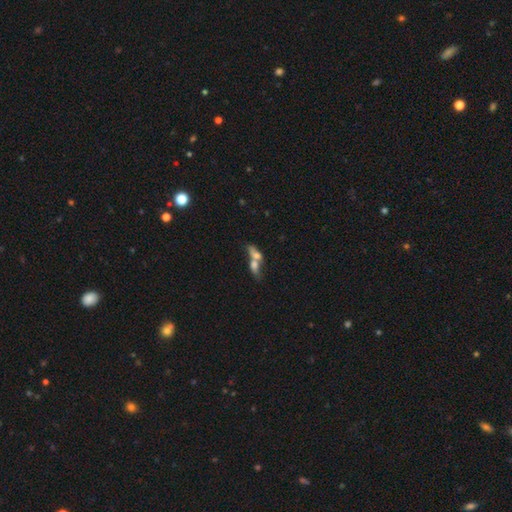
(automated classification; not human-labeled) A smooth galaxy with no disk features (58%) that is in between round and cigar-shaped (54%). Merging: merger (67%).